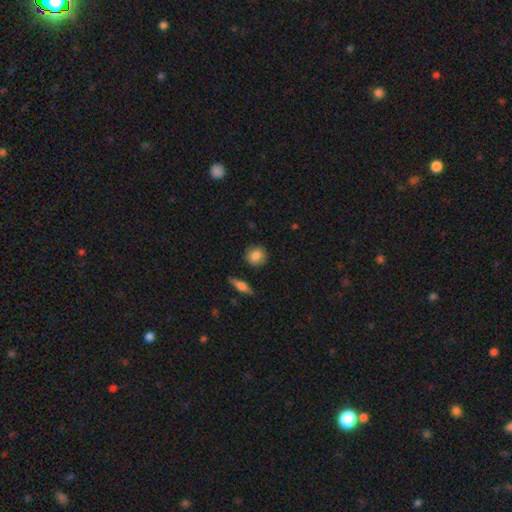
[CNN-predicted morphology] Smooth or featured?
  - smooth: 85% *
  - star or artifact: 8%
  - featured or disk: 7%
How rounded?
  - round: 84% *
  - in between: 15%
  - cigar-shaped: 2%
Merging?
  - none: 87% *
  - minor disturbance: 9%
  - major disturbance: 2%
  - merger: 2%